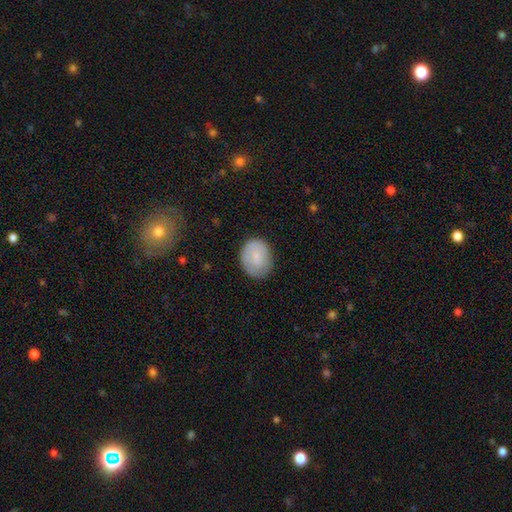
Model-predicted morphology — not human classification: type=smooth (77%); roundness=in between (50%); merging=none (78%).